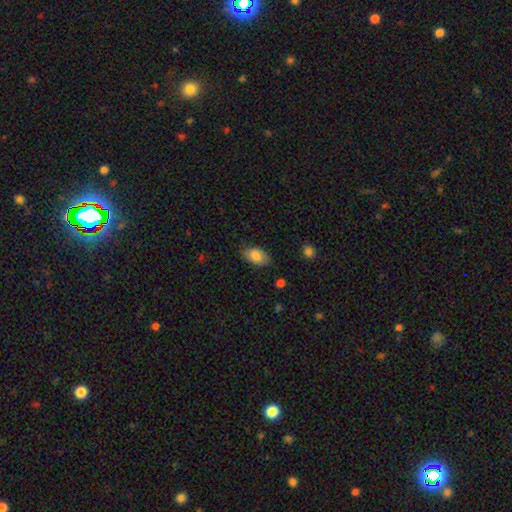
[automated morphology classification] Q: Smooth or featured?
A: smooth (85%); runner-up: featured or disk (8%)
Q: How rounded?
A: in between (91%); runner-up: round (7%)
Q: Merging?
A: none (80%); runner-up: minor disturbance (15%)